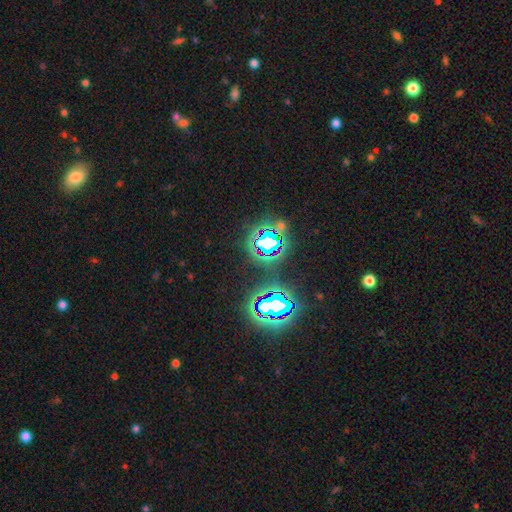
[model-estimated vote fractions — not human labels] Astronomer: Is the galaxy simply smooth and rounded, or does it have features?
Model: star or artifact — 79%.